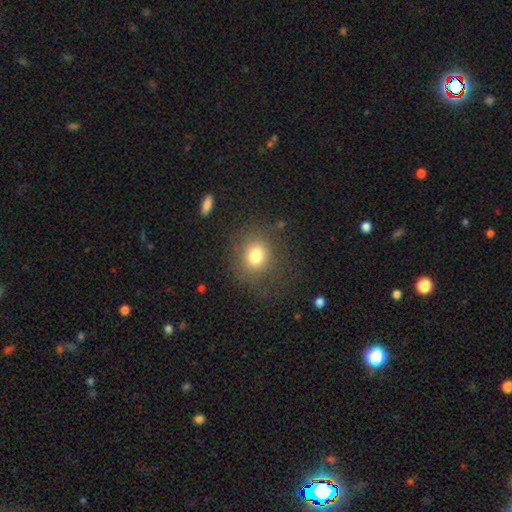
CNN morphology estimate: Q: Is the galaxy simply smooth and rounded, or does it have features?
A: smooth — 78%.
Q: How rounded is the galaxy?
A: round — 72%.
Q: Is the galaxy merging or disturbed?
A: none — 79%.